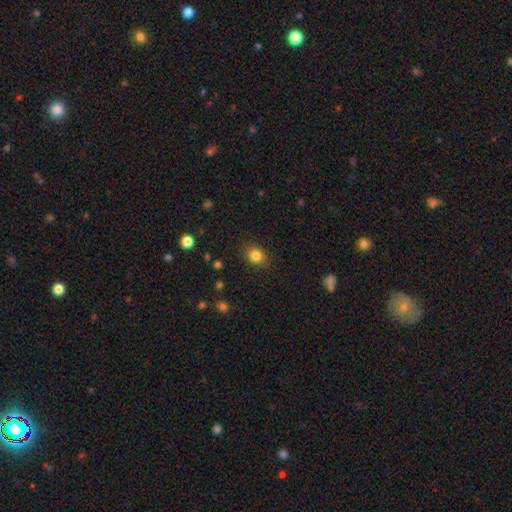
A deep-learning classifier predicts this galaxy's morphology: A smooth galaxy with no disk features (83%) that is round (66%). Merging: none (86%).